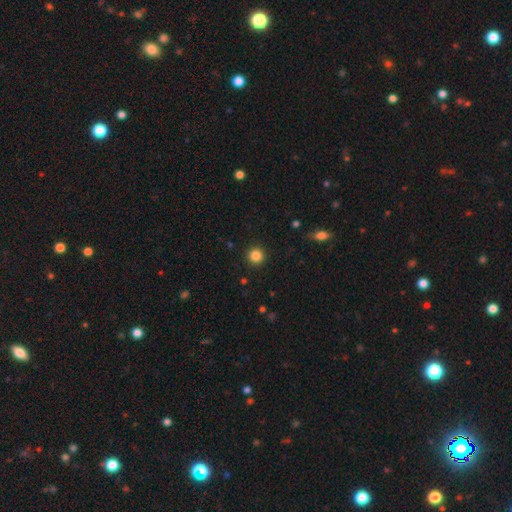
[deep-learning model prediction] Q: Smooth or featured?
A: smooth (85%); runner-up: star or artifact (11%)
Q: How rounded?
A: round (95%); runner-up: in between (4%)
Q: Merging?
A: none (92%); runner-up: minor disturbance (5%)